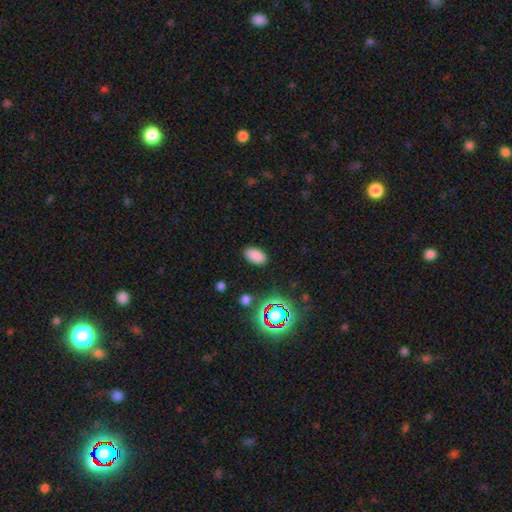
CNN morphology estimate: Q: Smooth or featured?
A: smooth (82%); runner-up: star or artifact (14%)
Q: How rounded?
A: in between (93%); runner-up: round (5%)
Q: Merging?
A: none (87%); runner-up: minor disturbance (9%)